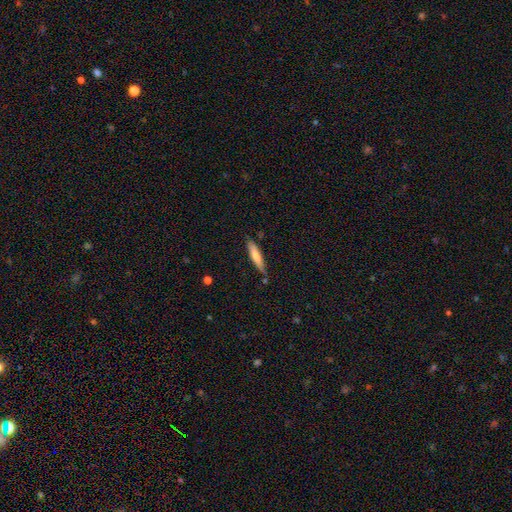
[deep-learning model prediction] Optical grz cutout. It shows a smooth galaxy with no disk features (70%) that is cigar-shaped (87%). Merging: none (78%).